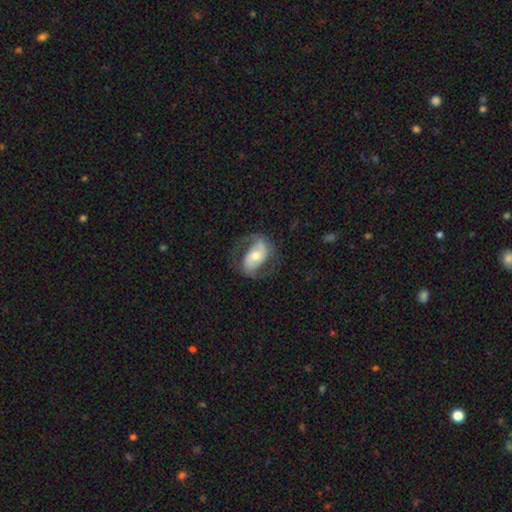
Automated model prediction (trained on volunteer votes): Smooth or featured? featured or disk (72%)
Edge-on disk? no (96%)
Bar? no (44%)
Spiral arms? yes (85%)
Spiral winding? medium (49%)
Spiral arm count? 2 (86%)
Bulge size? moderate (63%)
Merging? none (67%)